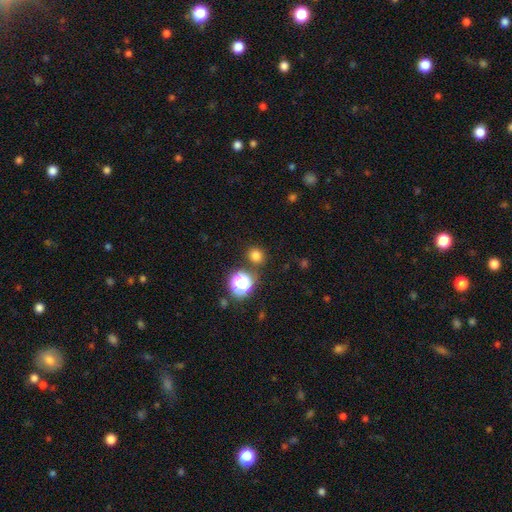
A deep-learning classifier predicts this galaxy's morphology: Overall: smooth (75%). How rounded: round (88%). Merging: none (84%).